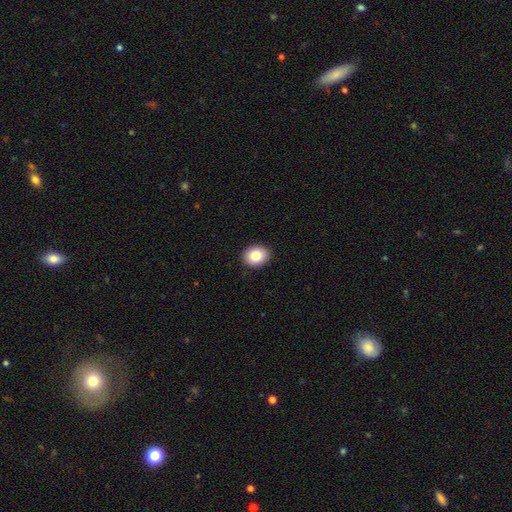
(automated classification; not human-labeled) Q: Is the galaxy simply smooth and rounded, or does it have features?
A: smooth — 83%.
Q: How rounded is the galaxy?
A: round — 53%.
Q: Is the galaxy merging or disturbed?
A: none — 91%.